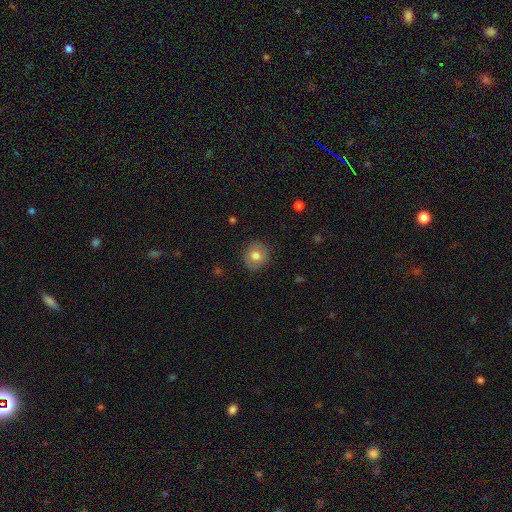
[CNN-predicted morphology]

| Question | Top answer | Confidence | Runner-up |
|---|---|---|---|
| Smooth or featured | smooth | 74% | featured or disk (17%) |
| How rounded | round | 86% | in between (13%) |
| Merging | none | 87% | minor disturbance (9%) |